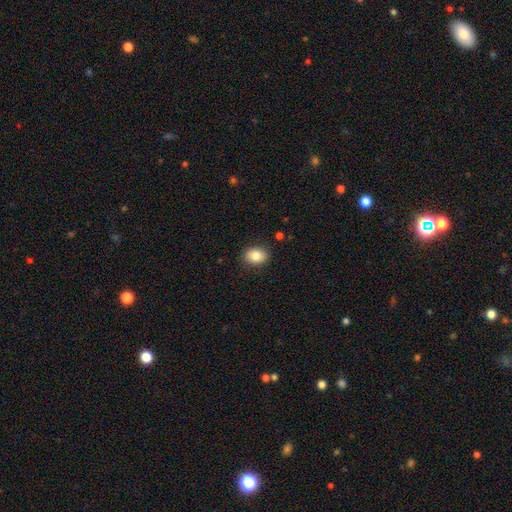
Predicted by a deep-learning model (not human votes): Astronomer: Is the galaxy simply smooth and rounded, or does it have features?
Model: smooth — 83%.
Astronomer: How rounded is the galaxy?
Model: in between — 66%.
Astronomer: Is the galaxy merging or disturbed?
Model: none — 87%.